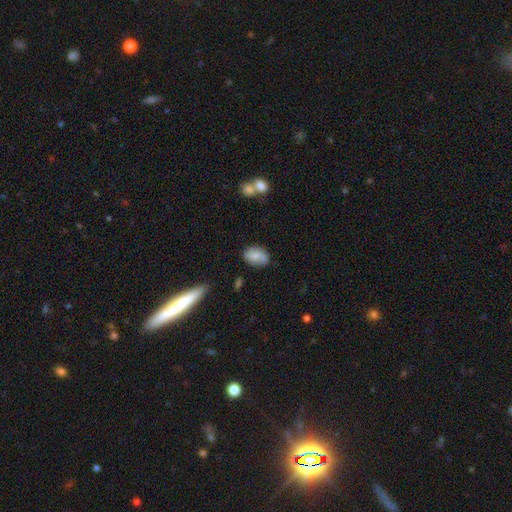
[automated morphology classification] smooth-or-featured: smooth: 69% | featured or disk: 23% | star or artifact: 8%
  how-rounded: in between: 83% | round: 15% | cigar-shaped: 2%
  merging: none: 72% | minor disturbance: 20% | major disturbance: 5% | merger: 2%